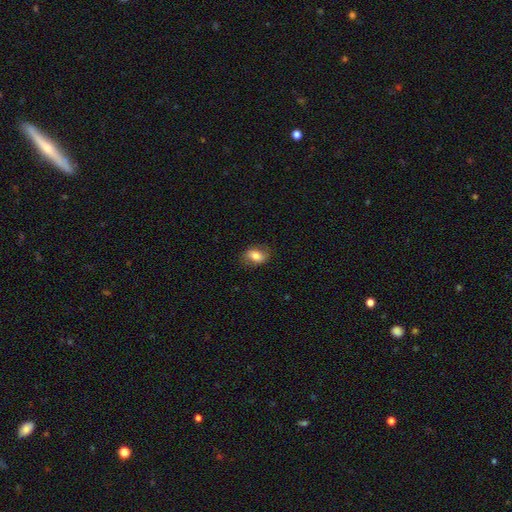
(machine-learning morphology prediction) A smooth galaxy with no disk features (76%) that is in between round and cigar-shaped (75%).

Vote fractions:
- Smooth or featured? smooth: 76% / featured or disk: 16% / star or artifact: 8%
- How rounded? in between: 75% / round: 23% / cigar-shaped: 2%
- Merging? none: 78% / minor disturbance: 16% / major disturbance: 5% / merger: 1%